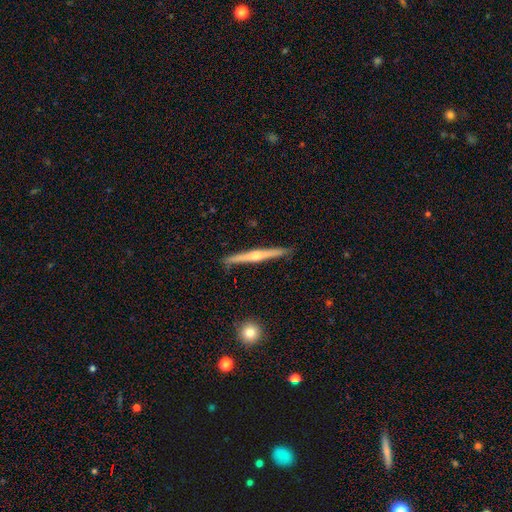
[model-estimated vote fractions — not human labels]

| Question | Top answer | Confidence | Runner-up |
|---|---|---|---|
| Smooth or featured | featured or disk | 69% | smooth (26%) |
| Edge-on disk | yes | 98% | no (2%) |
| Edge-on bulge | rounded | 82% | none (13%) |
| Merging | none | 90% | minor disturbance (7%) |